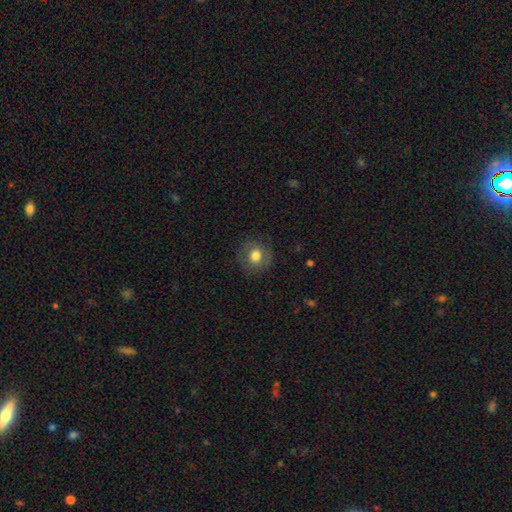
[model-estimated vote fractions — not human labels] Q: Smooth or featured?
A: smooth (74%); runner-up: featured or disk (16%)
Q: How rounded?
A: round (81%); runner-up: in between (18%)
Q: Merging?
A: none (82%); runner-up: minor disturbance (12%)